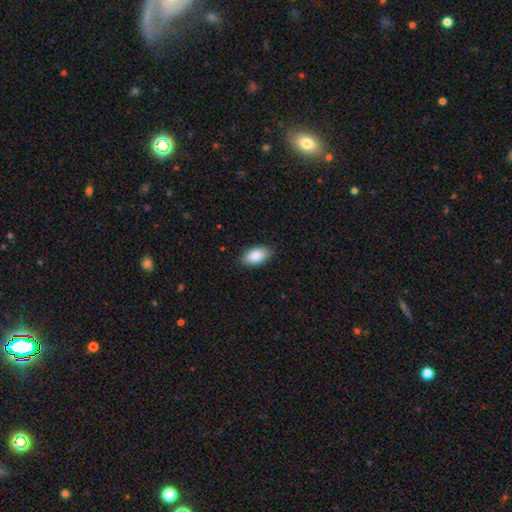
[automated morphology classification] smooth 86%, featured or disk 7%, star or artifact 7%. Down the decision tree: how rounded — in between (94%); merging — none (89%).